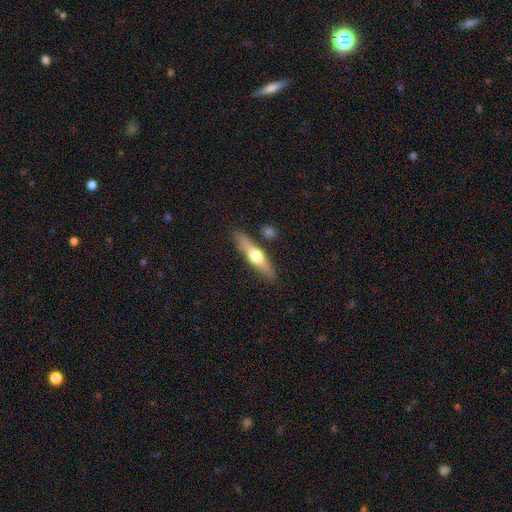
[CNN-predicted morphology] Q: Smooth or featured?
A: featured or disk (53%); runner-up: smooth (41%)
Q: Edge-on disk?
A: yes (92%); runner-up: no (8%)
Q: Merging?
A: none (82%); runner-up: minor disturbance (11%)